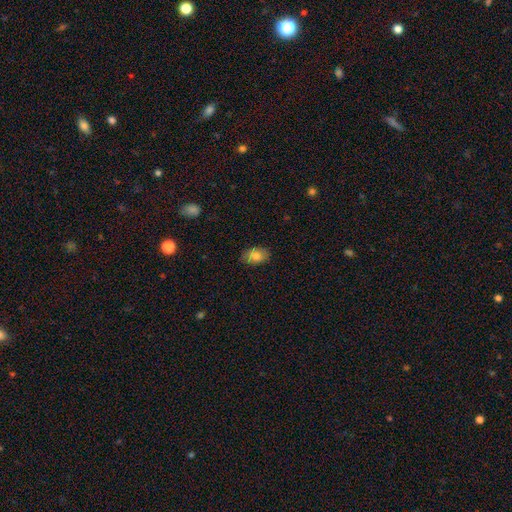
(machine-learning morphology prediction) Smooth or featured: smooth — 79% (featured or disk — 13%)
How rounded: in between — 86% (round — 12%)
Merging: none — 82% (minor disturbance — 14%)